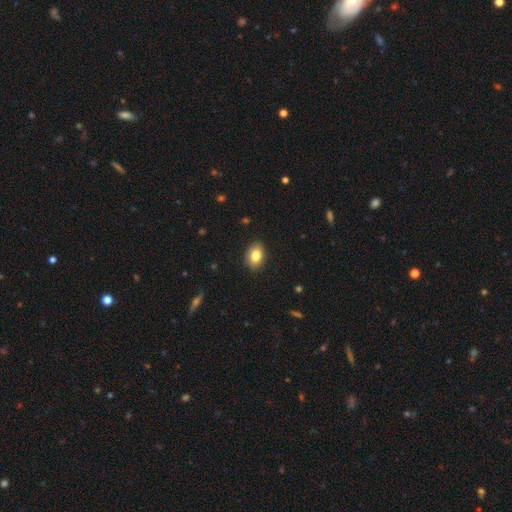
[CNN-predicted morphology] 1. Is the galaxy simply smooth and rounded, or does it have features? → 83% smooth, 9% featured or disk, 8% star or artifact.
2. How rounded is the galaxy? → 81% in between, 18% round, 1% cigar-shaped.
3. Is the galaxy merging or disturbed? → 86% none, 11% minor disturbance, 2% major disturbance, 1% merger.